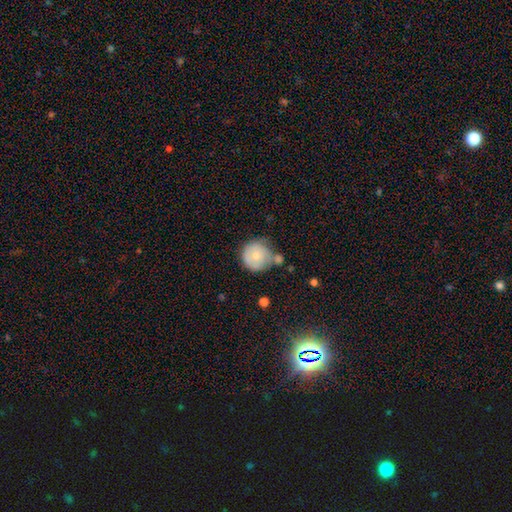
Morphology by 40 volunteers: Volunteers were most divided on "merging": none: 51%, minor disturbance: 28%, merger: 15%, major disturbance: 5%. More confident: how rounded — round (100%); smooth or featured — smooth (78%).